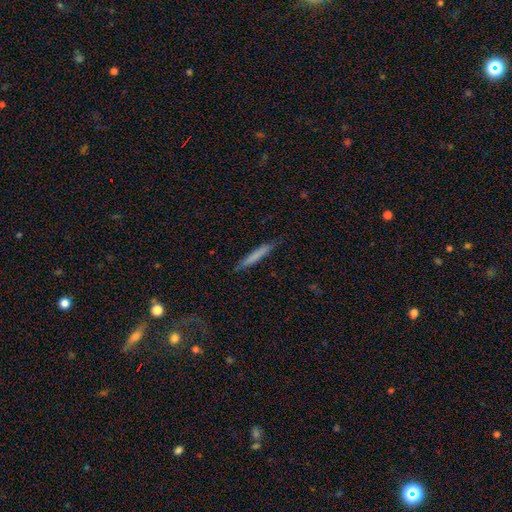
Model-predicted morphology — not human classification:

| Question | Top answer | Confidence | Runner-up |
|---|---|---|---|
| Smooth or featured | smooth | 69% | featured or disk (25%) |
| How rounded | cigar-shaped | 95% | in between (3%) |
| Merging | none | 85% | minor disturbance (11%) |